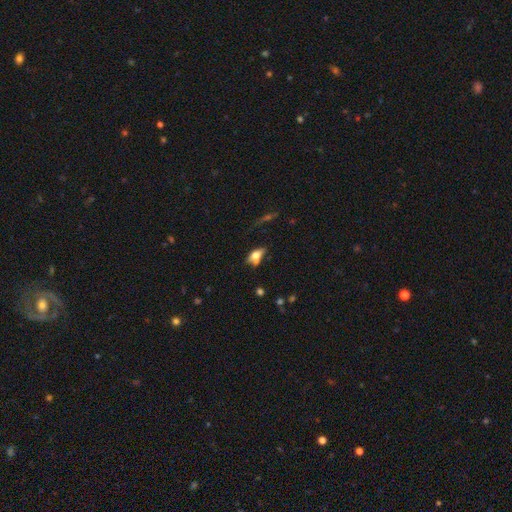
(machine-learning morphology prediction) Smooth or featured?
  - smooth: 63% *
  - featured or disk: 27%
  - star or artifact: 11%
How rounded?
  - in between: 81% *
  - cigar-shaped: 10%
  - round: 9%
Merging?
  - none: 37% *
  - minor disturbance: 27%
  - major disturbance: 22%
  - merger: 14%